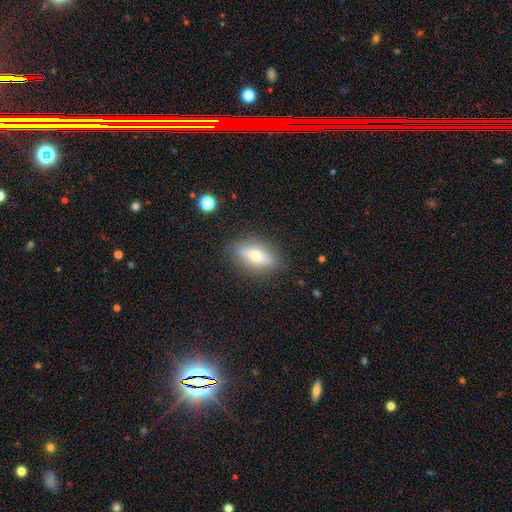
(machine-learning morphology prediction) Smooth or featured? featured or disk (48%)
Merging? none (85%)